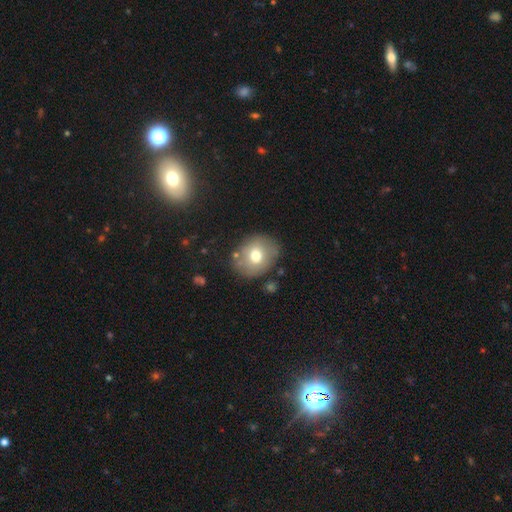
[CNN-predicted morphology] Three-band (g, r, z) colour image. It shows a smooth galaxy with no disk features (71%) that is round (61%). Merging: none (78%).